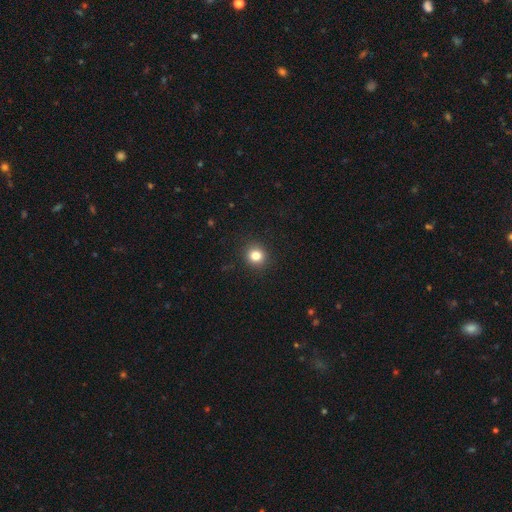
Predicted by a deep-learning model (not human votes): Smooth or featured? smooth (82%)
How rounded? round (88%)
Merging? none (92%)